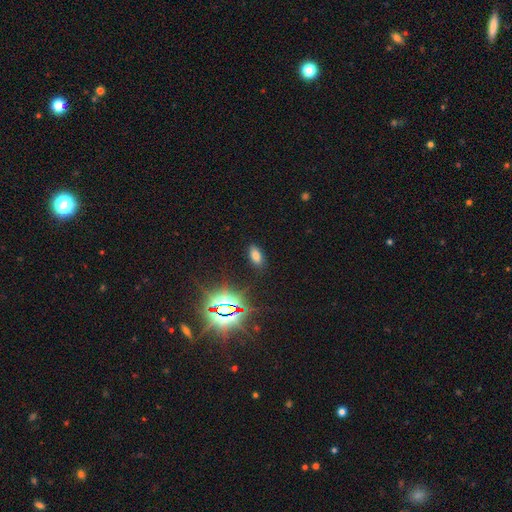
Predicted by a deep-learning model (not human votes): smooth-or-featured: smooth: 63% | star or artifact: 29% | featured or disk: 8%
  how-rounded: in between: 90% | cigar-shaped: 6% | round: 4%
  merging: none: 88% | minor disturbance: 8% | major disturbance: 3% | merger: 2%